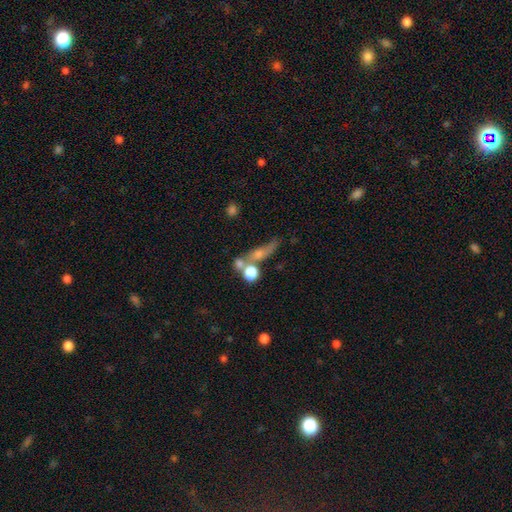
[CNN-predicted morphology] smooth-or-featured: smooth: 40% | featured or disk: 38% | star or artifact: 22%
  merging: none: 48% | merger: 26% | minor disturbance: 14% | major disturbance: 12%